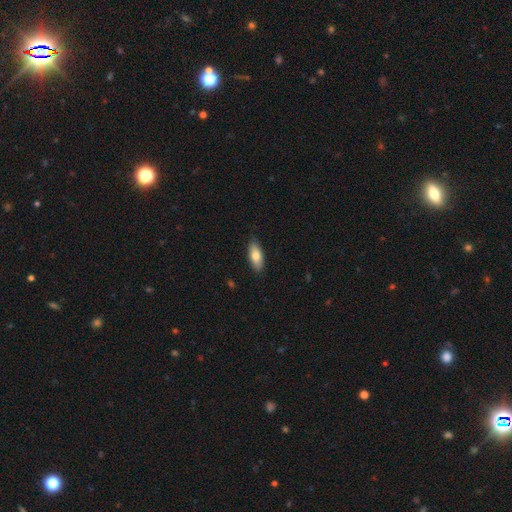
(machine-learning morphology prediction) This is likely a smooth galaxy (77%). How rounded: likely in between (79%). Merging: clearly none (85%).